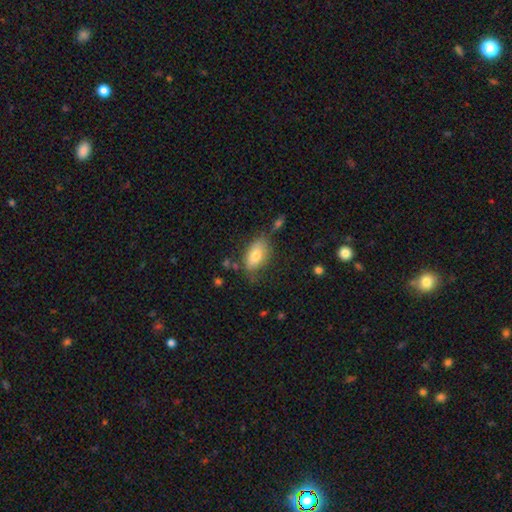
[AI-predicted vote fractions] smooth 76%, featured or disk 17%, star or artifact 7%. Down the decision tree: how rounded — in between (91%); merging — none (61%).